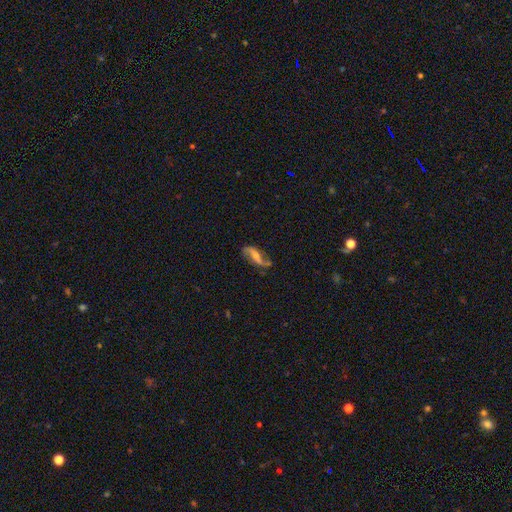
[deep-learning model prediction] smooth-or-featured: featured or disk: 79% | smooth: 13% | star or artifact: 8%
  disk-edge-on: no: 91% | yes: 9%
    bar: weak: 39% | strong: 31% | no: 30%
    has-spiral-arms: yes: 93% | no: 7%
      spiral-winding: loose: 76% | medium: 18% | tight: 6%
      spiral-arm-count: 2: 91% | 1: 3% | can't tell: 3% | 3: 1% | 4: 1% | more than 4: 1%
    bulge-size: small: 43% | moderate: 37% | none: 14% | large: 4% | dominant: 1%
  merging: none: 70% | minor disturbance: 18% | major disturbance: 9% | merger: 3%